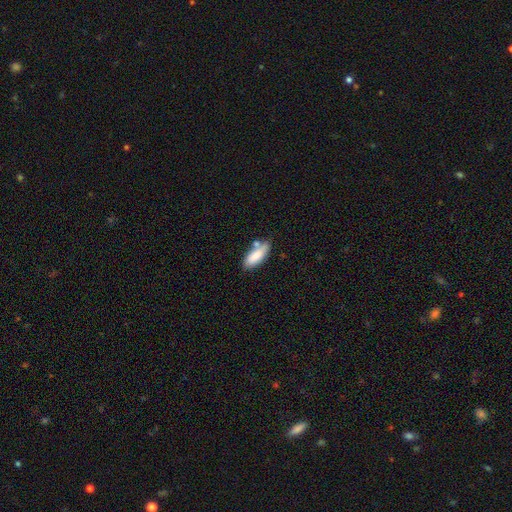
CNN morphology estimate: Smooth or featured? Predicted: smooth (p=0.82). How rounded? Predicted: in between (p=0.70). Merging? Predicted: none (p=0.60).